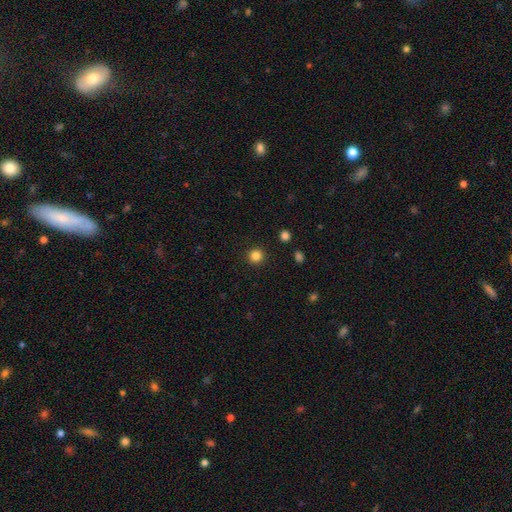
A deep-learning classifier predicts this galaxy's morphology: Smooth or featured? smooth (84%)
How rounded? round (94%)
Merging? none (92%)